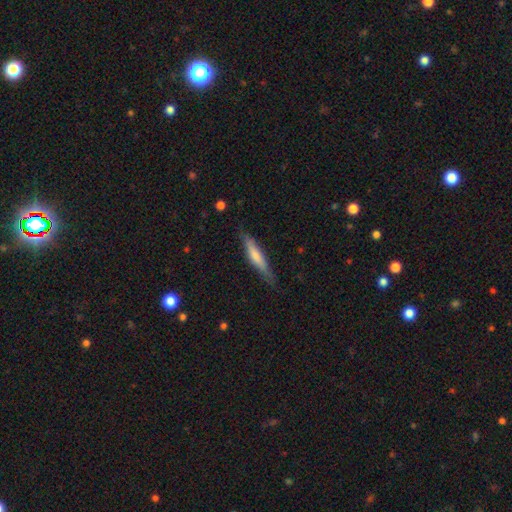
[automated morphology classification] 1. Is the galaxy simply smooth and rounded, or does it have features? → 62% smooth, 33% featured or disk, 5% star or artifact.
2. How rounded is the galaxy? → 87% cigar-shaped, 11% in between, 1% round.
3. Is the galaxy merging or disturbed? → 80% none, 16% minor disturbance, 3% major disturbance, 1% merger.